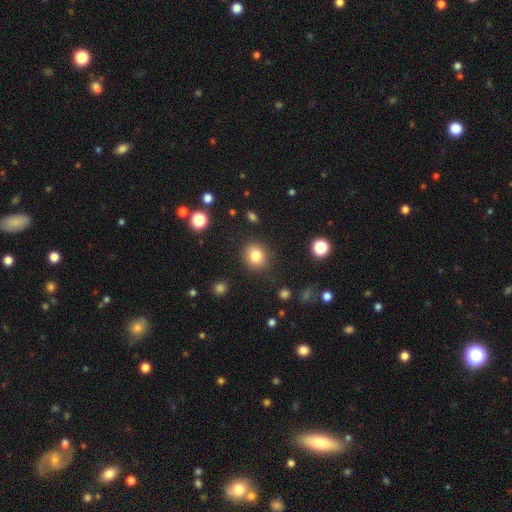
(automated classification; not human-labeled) The model was most divided on "how rounded": round: 81%, in between: 18%, cigar-shaped: 1%. More confident: merging — none (88%); smooth or featured — smooth (81%).